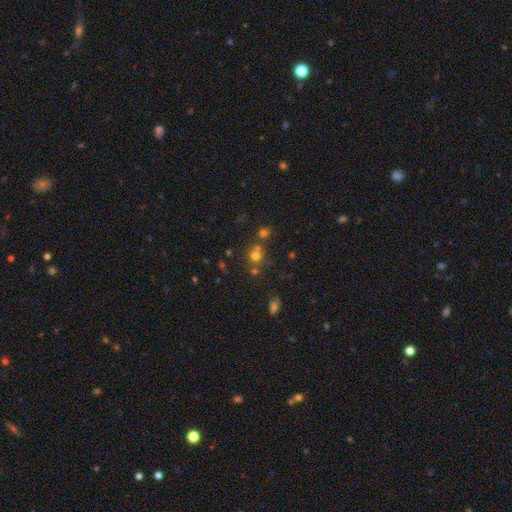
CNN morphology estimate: Smooth or featured? Predicted: smooth (p=0.65). How rounded? Predicted: round (p=0.85). Merging? Predicted: none (p=0.57).